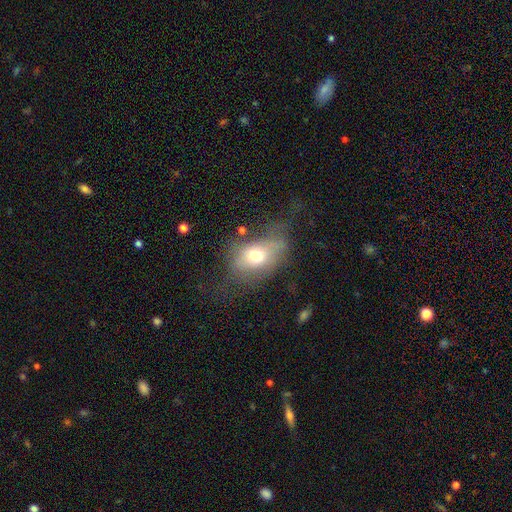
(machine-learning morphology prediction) smooth 63%, featured or disk 26%, star or artifact 11%. Down the decision tree: how rounded — in between (75%); merging — none (36%).